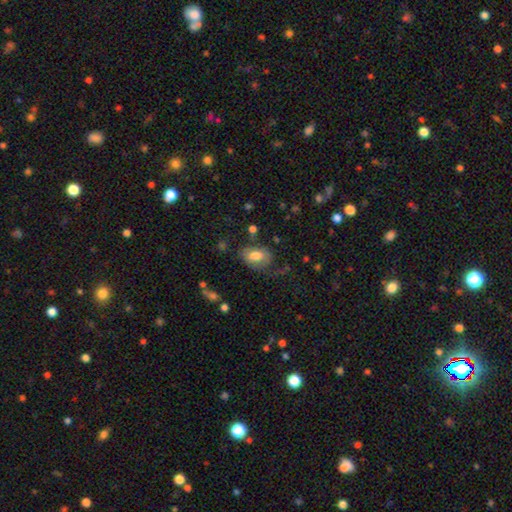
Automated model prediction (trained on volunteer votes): Smooth or featured?
  - smooth: 68% *
  - featured or disk: 25%
  - star or artifact: 8%
How rounded?
  - in between: 86% *
  - round: 13%
  - cigar-shaped: 1%
Merging?
  - none: 48% *
  - minor disturbance: 27%
  - major disturbance: 22%
  - merger: 3%